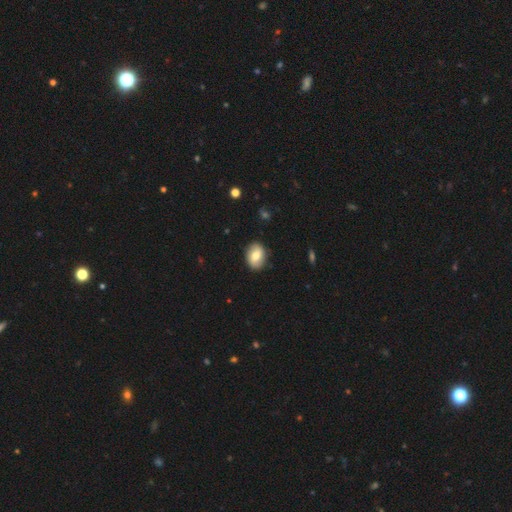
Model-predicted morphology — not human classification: A smooth galaxy with no disk features (68%) that is in between round and cigar-shaped (64%). Merging: none (87%).